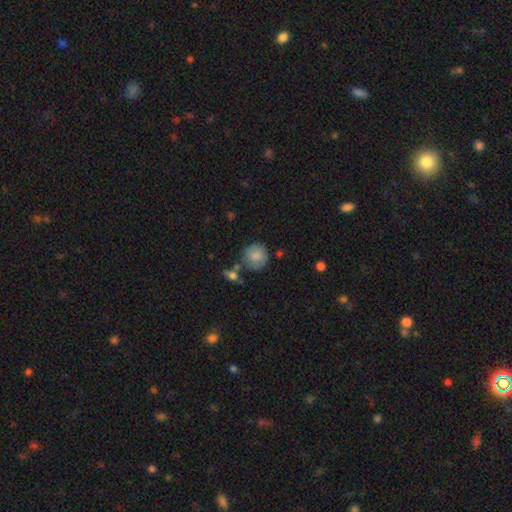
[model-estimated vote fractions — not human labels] This appears to be a smooth galaxy with no disk features (82%) that is round (90%). Merging: none (68%).